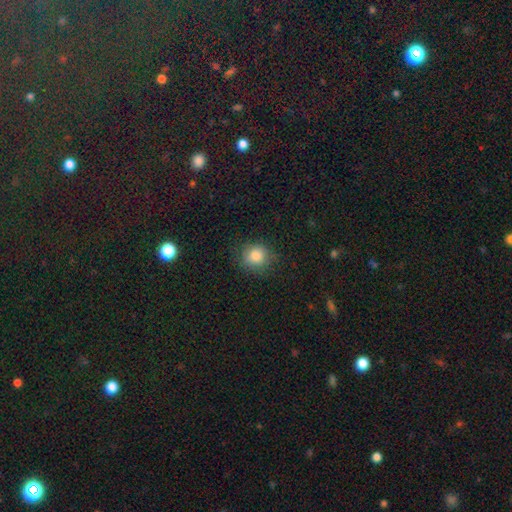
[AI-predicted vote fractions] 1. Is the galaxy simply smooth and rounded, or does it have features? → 83% smooth, 11% star or artifact, 6% featured or disk.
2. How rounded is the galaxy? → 84% round, 15% in between, 1% cigar-shaped.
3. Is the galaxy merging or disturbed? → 80% none, 14% minor disturbance, 4% major disturbance, 1% merger.